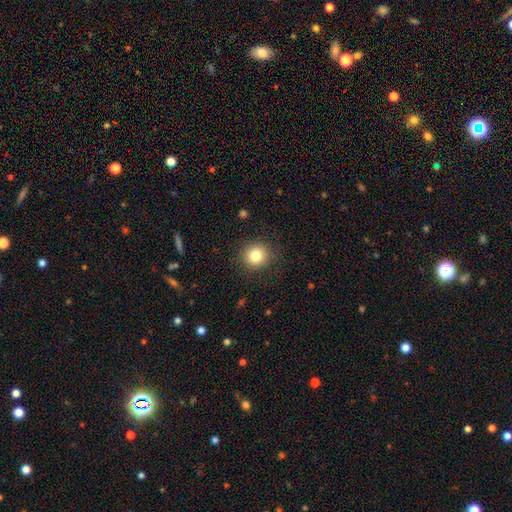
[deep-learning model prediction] This is clearly a smooth galaxy (81%). How rounded: clearly round (90%). Merging: clearly none (88%).